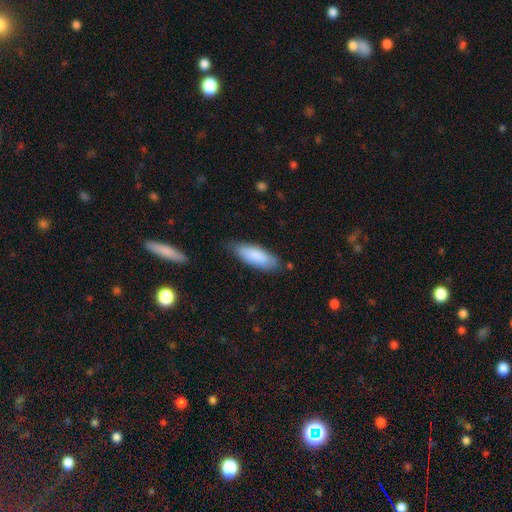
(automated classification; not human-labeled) This appears to be a smooth galaxy with no disk features (84%) that is in between round and cigar-shaped (70%). Merging: none (74%).